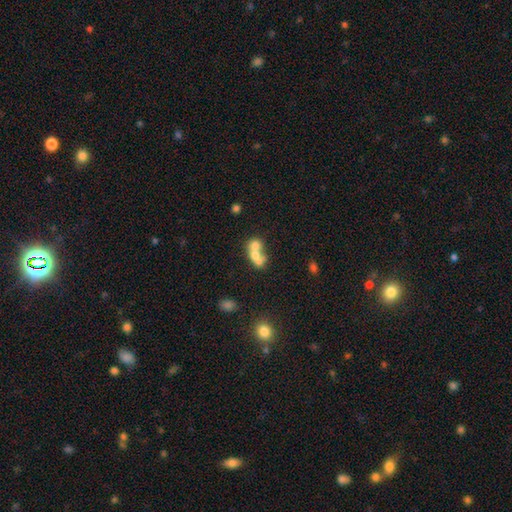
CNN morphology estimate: smooth_or_featured: smooth (p=0.60) [alt: featured or disk p=0.29]
how_rounded: round (p=0.52) [alt: in between p=0.45]
merging: merger (p=0.70) [alt: none p=0.19]